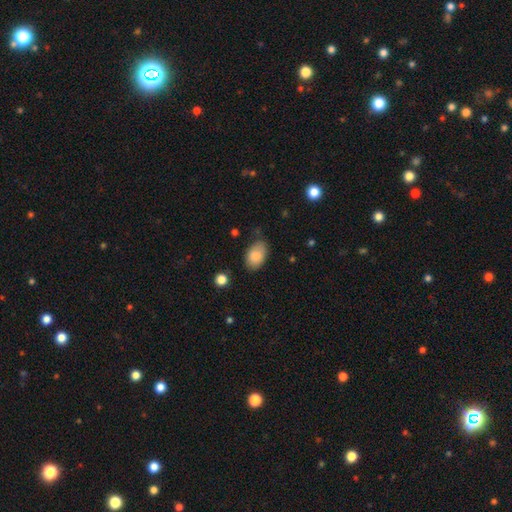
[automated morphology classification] Overall: smooth (85%). How rounded: in between (91%). Merging: none (74%).